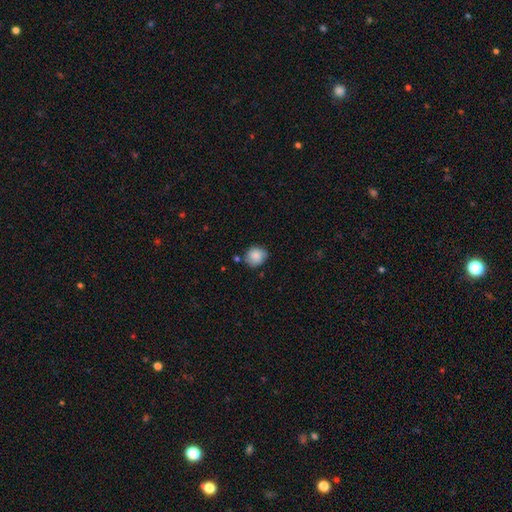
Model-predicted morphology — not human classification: Smooth or featured? Predicted: smooth (p=0.84). How rounded? Predicted: round (p=0.80). Merging? Predicted: none (p=0.71).